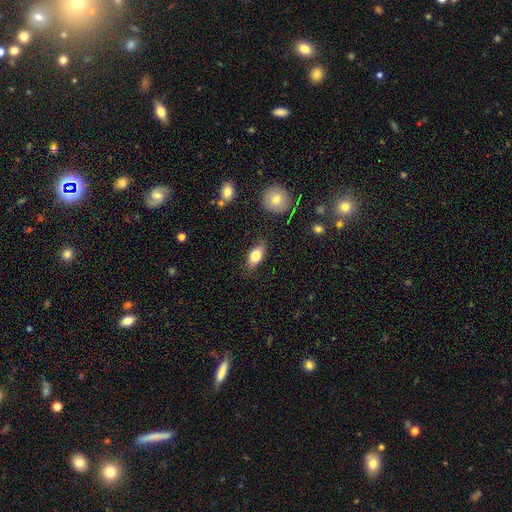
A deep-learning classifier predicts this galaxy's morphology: Overall: smooth (78%). How rounded: in between (86%). Merging: none (80%).